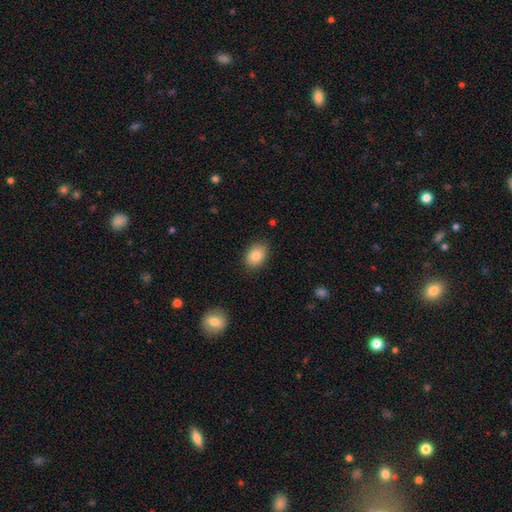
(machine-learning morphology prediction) A smooth galaxy with no disk features (84%) that is in between round and cigar-shaped (75%).

Vote fractions:
- Smooth or featured? smooth: 84% / star or artifact: 8% / featured or disk: 8%
- How rounded? in between: 75% / round: 24% / cigar-shaped: 1%
- Merging? none: 86% / minor disturbance: 10% / major disturbance: 2% / merger: 1%